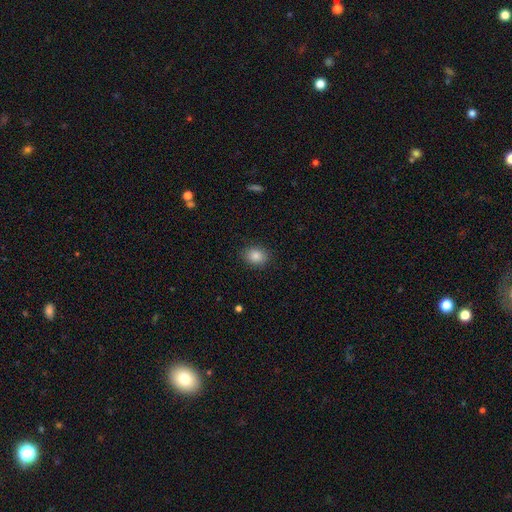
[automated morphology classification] Smooth or featured? Predicted: smooth (p=0.85). How rounded? Predicted: in between (p=0.52). Merging? Predicted: none (p=0.88).